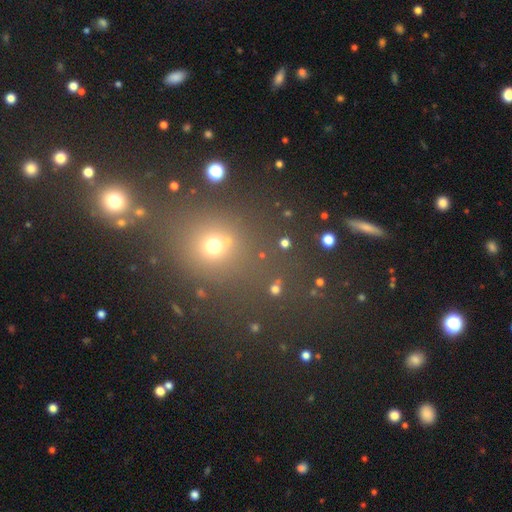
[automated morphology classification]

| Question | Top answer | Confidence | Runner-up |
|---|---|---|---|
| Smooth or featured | star or artifact | 48% | smooth (43%) |